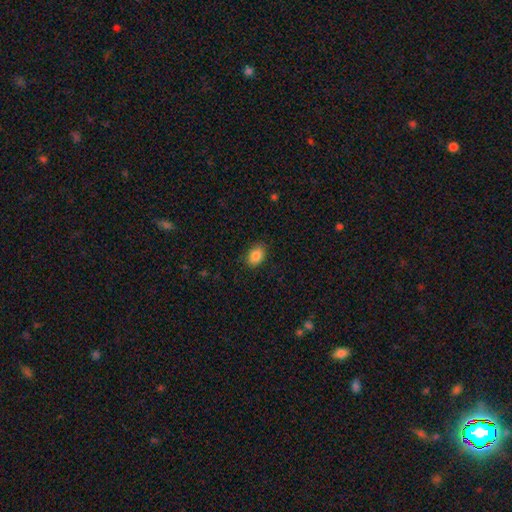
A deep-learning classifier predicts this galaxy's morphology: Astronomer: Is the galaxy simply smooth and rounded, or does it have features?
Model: smooth — 86%.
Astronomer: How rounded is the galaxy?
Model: in between — 79%.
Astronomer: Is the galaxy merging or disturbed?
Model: none — 86%.